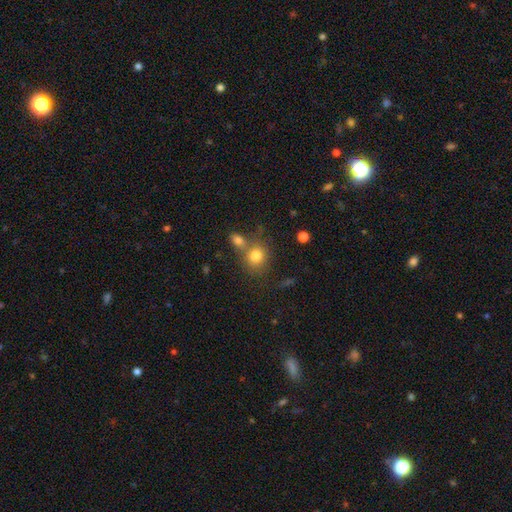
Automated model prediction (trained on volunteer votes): smooth 80%, star or artifact 11%, featured or disk 9%. Down the decision tree: how rounded — round (75%); merging — none (55%).